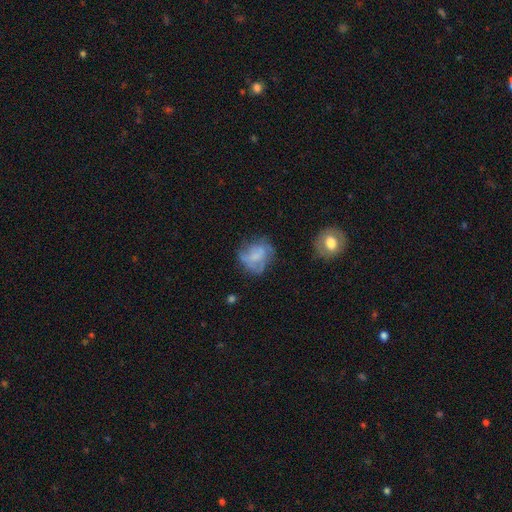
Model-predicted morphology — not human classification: smooth 47%, featured or disk 42%, star or artifact 11%. Down the decision tree: merging — none (45%).